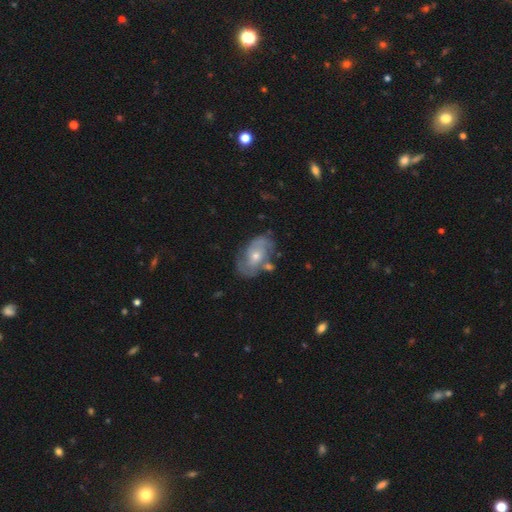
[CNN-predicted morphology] smooth_or_featured: featured or disk (p=0.68) [alt: smooth p=0.24]
disk_edge_on: no (p=0.95) [alt: yes p=0.05]
bar: no (p=0.68) [alt: weak p=0.27]
has_spiral_arms: yes (p=0.78) [alt: no p=0.22]
spiral_winding: medium (p=0.41) [alt: tight p=0.39]
spiral_arm_count: 2 (p=0.59) [alt: can't tell p=0.28]
bulge_size: moderate (p=0.52) [alt: small p=0.43]
merging: none (p=0.65) [alt: minor disturbance p=0.21]